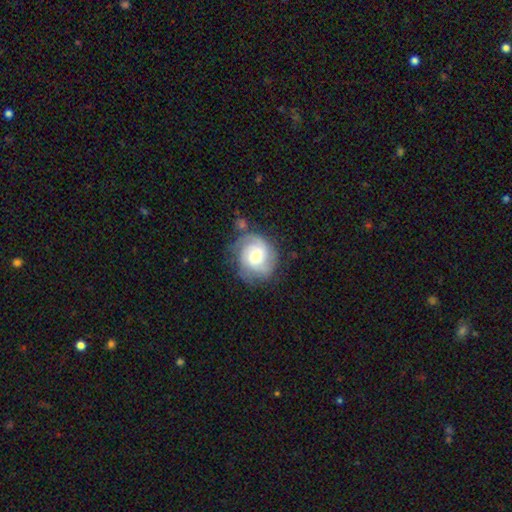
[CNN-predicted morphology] smooth-or-featured: featured or disk: 72% | smooth: 22% | star or artifact: 6%
  disk-edge-on: no: 98% | yes: 2%
    bar: no: 56% | weak: 37% | strong: 7%
    has-spiral-arms: yes: 93% | no: 7%
      spiral-winding: tight: 52% | medium: 37% | loose: 11%
      spiral-arm-count: 2: 35% | 3: 27% | can't tell: 23% | 4: 6% | 1: 5% | more than 4: 4%
    bulge-size: moderate: 61% | small: 26% | large: 10% | none: 1% | dominant: 1%
  merging: none: 68% | minor disturbance: 19% | major disturbance: 9% | merger: 4%